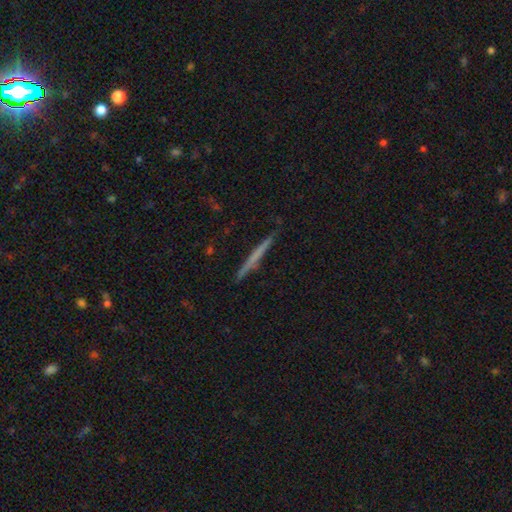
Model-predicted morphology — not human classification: smooth_or_featured: featured or disk (p=0.49) [alt: smooth p=0.45]
merging: none (p=0.90) [alt: minor disturbance p=0.07]